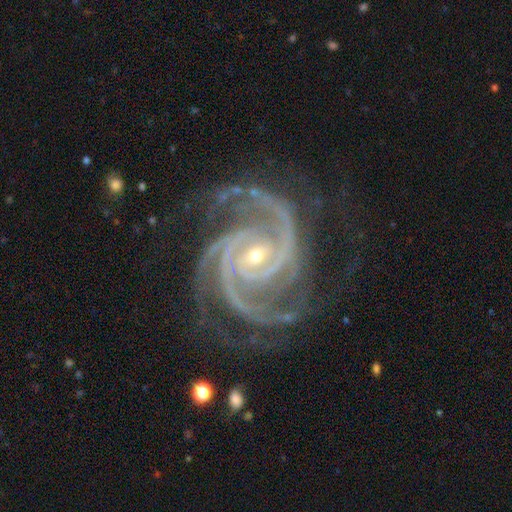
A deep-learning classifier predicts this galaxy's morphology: Q: Smooth or featured?
A: featured or disk (94%); runner-up: star or artifact (4%)
Q: Edge-on disk?
A: no (98%); runner-up: yes (2%)
Q: Bar?
A: no (50%); runner-up: weak (29%)
Q: Spiral arms?
A: yes (99%); runner-up: no (1%)
Q: Spiral winding?
A: tight (65%); runner-up: medium (32%)
Q: Spiral arm count?
A: 3 (44%); runner-up: 4 (22%)
Q: Bulge size?
A: small (67%); runner-up: moderate (31%)
Q: Merging?
A: none (72%); runner-up: minor disturbance (17%)